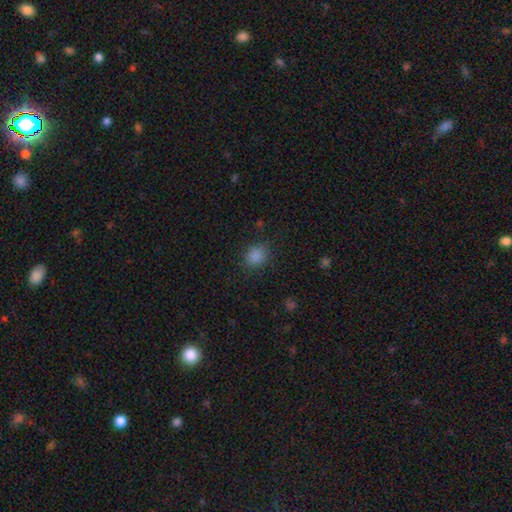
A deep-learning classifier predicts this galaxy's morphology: Smooth or featured? smooth (83%)
How rounded? round (74%)
Merging? none (84%)